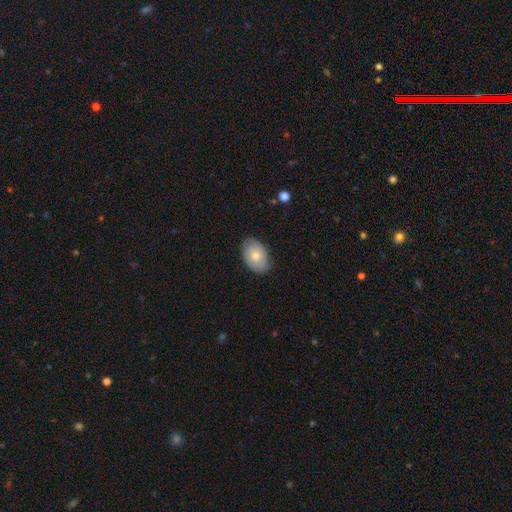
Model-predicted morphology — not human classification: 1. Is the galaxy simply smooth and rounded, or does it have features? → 64% smooth, 29% featured or disk, 7% star or artifact.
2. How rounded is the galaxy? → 84% in between, 15% round, 1% cigar-shaped.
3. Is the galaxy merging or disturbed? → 78% none, 18% minor disturbance, 3% major disturbance, 1% merger.